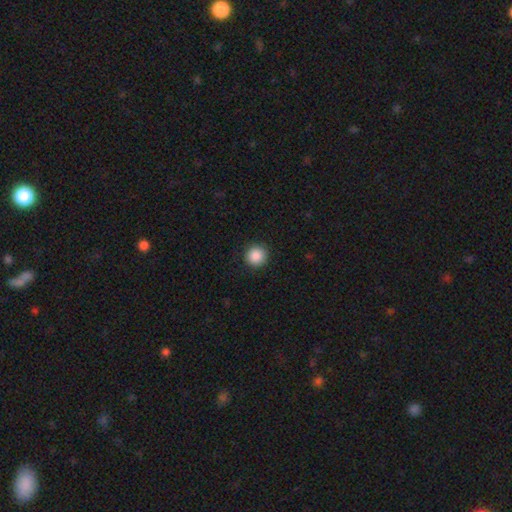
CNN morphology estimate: type=smooth (88%); roundness=round (94%); merging=none (92%).